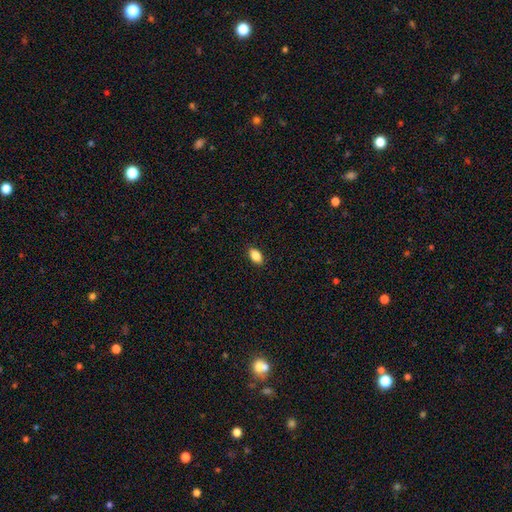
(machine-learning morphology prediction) This is clearly a smooth galaxy (86%). How rounded: clearly in between (91%). Merging: clearly none (89%).